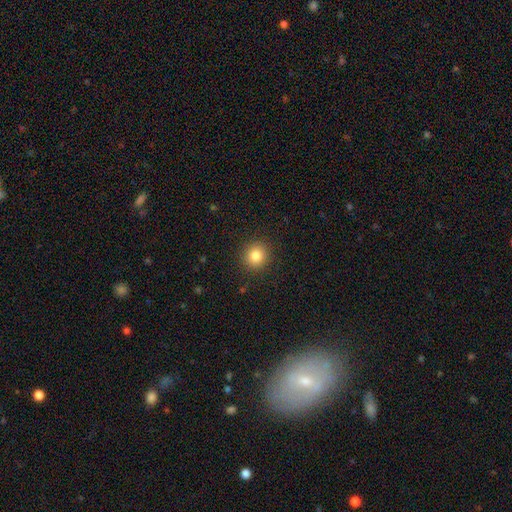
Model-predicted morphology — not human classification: Smooth or featured? smooth (83%)
How rounded? round (89%)
Merging? none (90%)